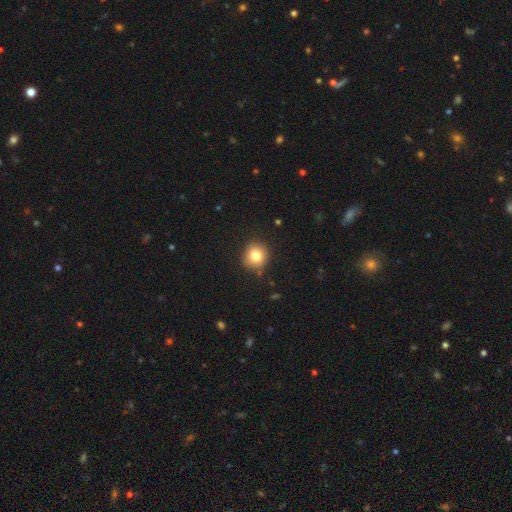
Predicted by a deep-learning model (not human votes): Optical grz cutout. It shows a smooth galaxy with no disk features (81%) that is round (87%). Merging: none (87%).